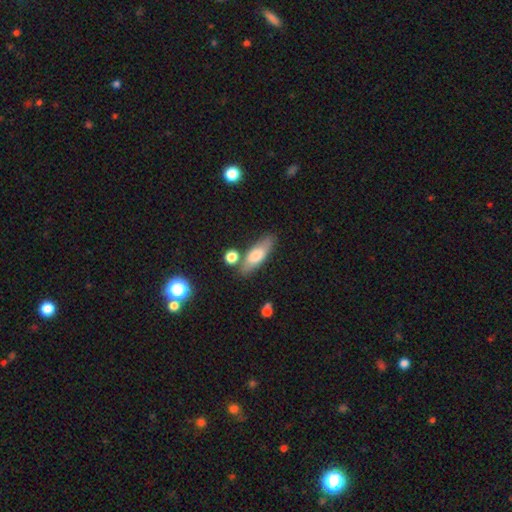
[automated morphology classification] A smooth galaxy with no disk features (68%) that is in between round and cigar-shaped (55%). Merging: none (72%).